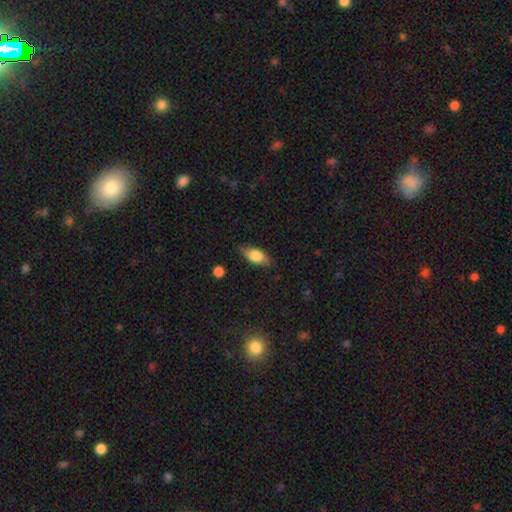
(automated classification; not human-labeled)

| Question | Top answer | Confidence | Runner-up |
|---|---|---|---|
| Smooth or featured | smooth | 71% | featured or disk (22%) |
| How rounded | in between | 81% | cigar-shaped (14%) |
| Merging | none | 80% | minor disturbance (15%) |